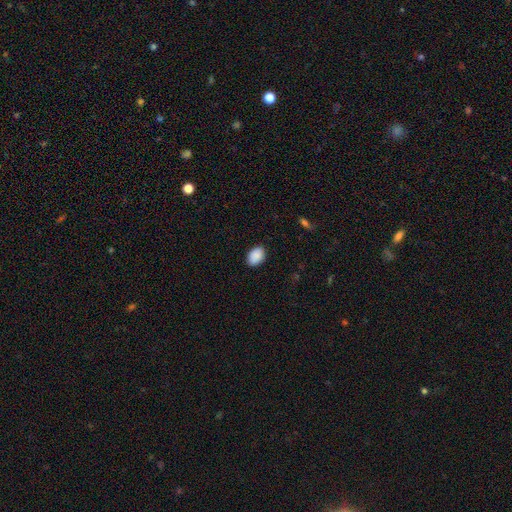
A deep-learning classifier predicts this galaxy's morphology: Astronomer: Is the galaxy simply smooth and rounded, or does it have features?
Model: smooth — 90%.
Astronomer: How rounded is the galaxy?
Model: in between — 83%.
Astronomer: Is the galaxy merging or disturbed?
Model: none — 86%.